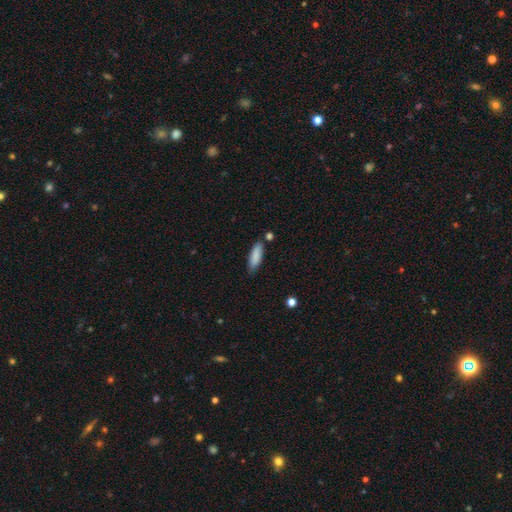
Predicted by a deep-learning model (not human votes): Smooth or featured? smooth (85%)
How rounded? cigar-shaped (49%, tied with in between)
Merging? none (76%)